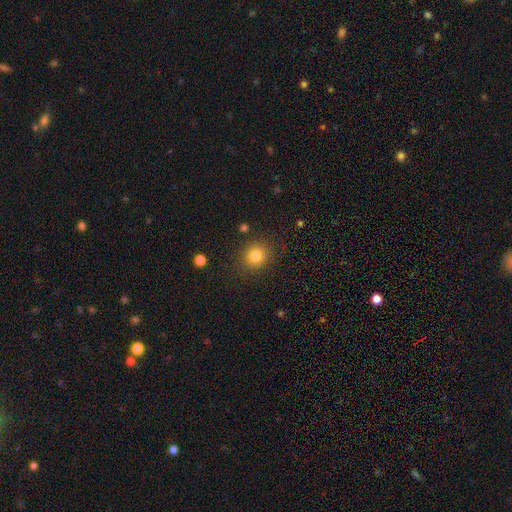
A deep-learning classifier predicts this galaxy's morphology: Smooth or featured? Predicted: smooth (p=0.82). How rounded? Predicted: round (p=0.82). Merging? Predicted: none (p=0.86).